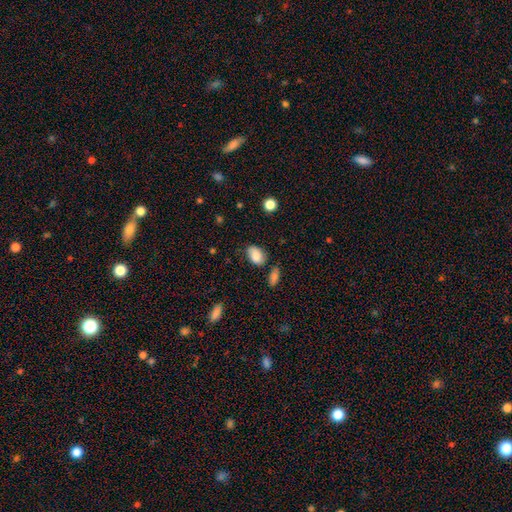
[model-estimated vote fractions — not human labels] Q: Smooth or featured?
A: smooth (84%); runner-up: star or artifact (8%)
Q: How rounded?
A: in between (87%); runner-up: round (12%)
Q: Merging?
A: none (67%); runner-up: minor disturbance (22%)